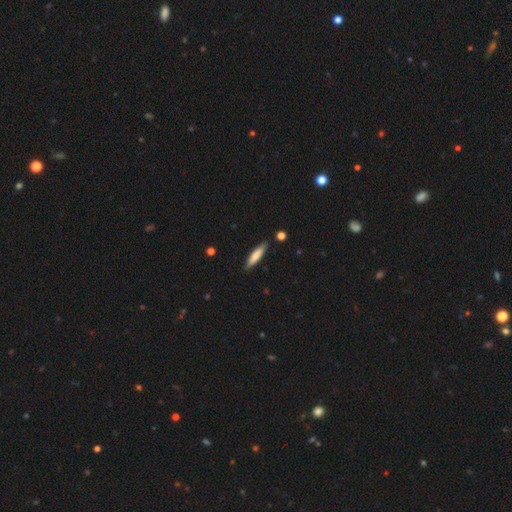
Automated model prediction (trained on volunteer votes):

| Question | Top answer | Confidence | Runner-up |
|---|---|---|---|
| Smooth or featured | smooth | 76% | featured or disk (18%) |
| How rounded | cigar-shaped | 81% | in between (18%) |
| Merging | none | 86% | minor disturbance (10%) |